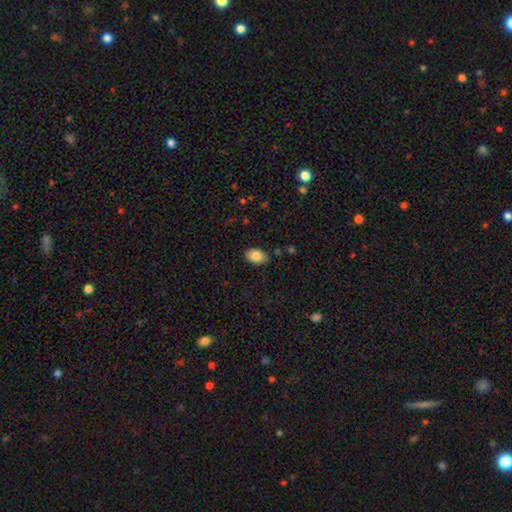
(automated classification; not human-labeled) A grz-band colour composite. It shows a smooth galaxy with no disk features (83%) that is in between round and cigar-shaped (90%). Merging: none (83%).